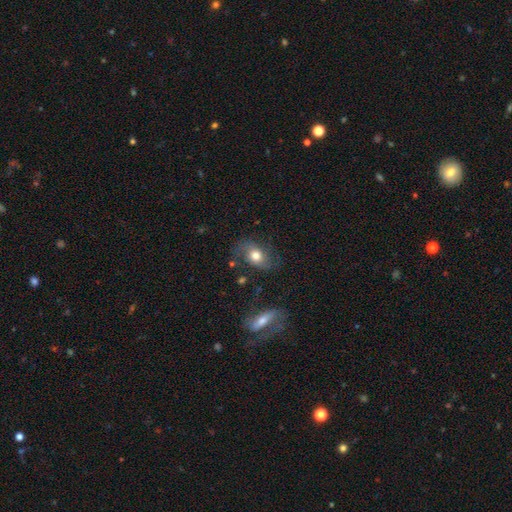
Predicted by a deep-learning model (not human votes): This appears to be a smooth galaxy with no disk features (49%). Merging: none (65%).